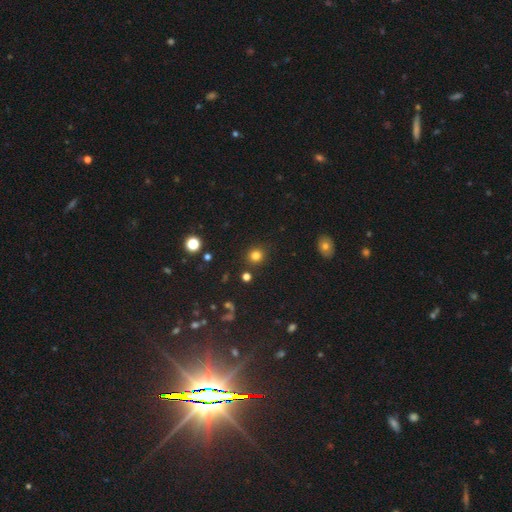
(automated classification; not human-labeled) This appears to be a smooth galaxy with no disk features (80%) that is round (90%). Merging: none (89%).